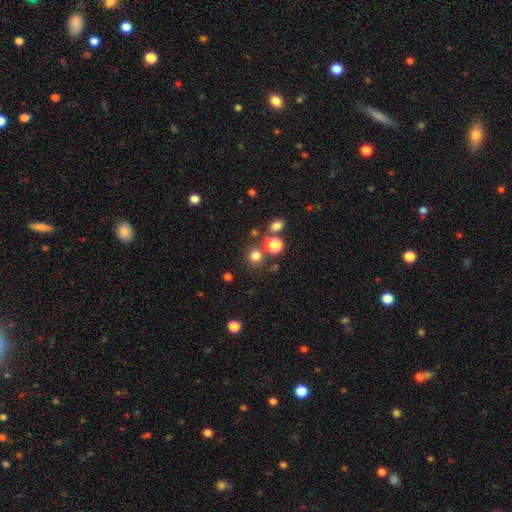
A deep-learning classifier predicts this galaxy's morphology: Q: Smooth or featured?
A: smooth (76%); runner-up: star or artifact (18%)
Q: How rounded?
A: round (91%); runner-up: in between (8%)
Q: Merging?
A: none (77%); runner-up: merger (11%)